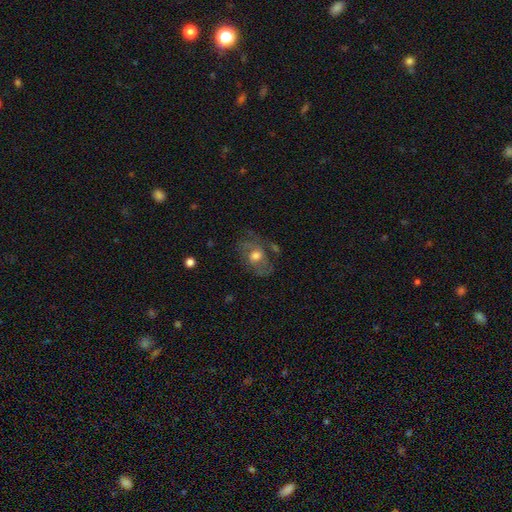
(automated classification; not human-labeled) A featured or disk galaxy (47%).

Vote fractions:
- Smooth or featured? featured or disk: 47% / smooth: 43% / star or artifact: 10%
- Merging? none: 51% / minor disturbance: 23% / major disturbance: 21% / merger: 5%